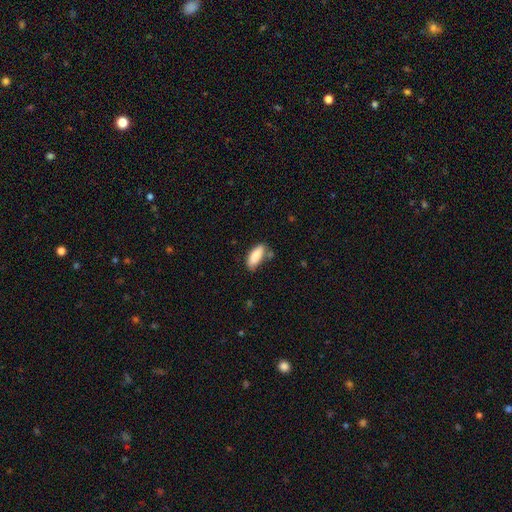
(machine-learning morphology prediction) Q: Smooth or featured?
A: smooth (87%); runner-up: star or artifact (7%)
Q: How rounded?
A: in between (78%); runner-up: cigar-shaped (20%)
Q: Merging?
A: none (70%); runner-up: minor disturbance (19%)